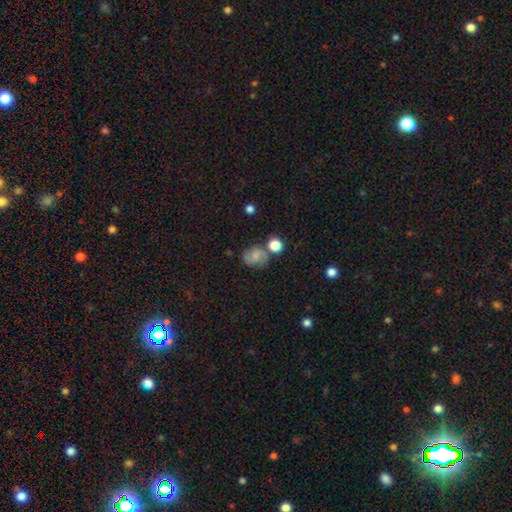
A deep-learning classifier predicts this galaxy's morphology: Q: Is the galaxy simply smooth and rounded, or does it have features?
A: featured or disk — 52%.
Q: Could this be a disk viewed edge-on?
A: no — 98%.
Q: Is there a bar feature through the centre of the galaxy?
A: no — 55%.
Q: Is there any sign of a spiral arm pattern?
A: yes — 90%.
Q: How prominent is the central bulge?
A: small — 50%.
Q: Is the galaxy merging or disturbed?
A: none — 63%.